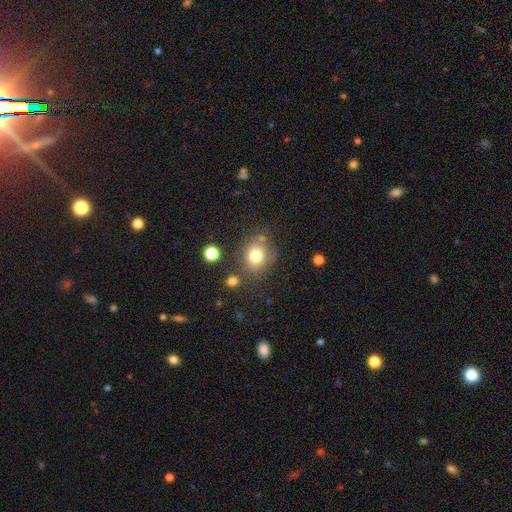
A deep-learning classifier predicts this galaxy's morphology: Smooth or featured: smooth — 77% (star or artifact — 12%)
How rounded: round — 66% (in between — 34%)
Merging: none — 68% (minor disturbance — 16%)